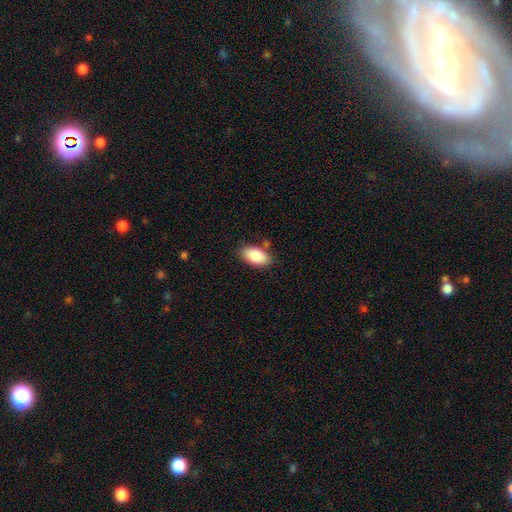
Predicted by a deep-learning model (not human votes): Smooth or featured: smooth — 87% (featured or disk — 7%)
How rounded: in between — 94% (round — 3%)
Merging: none — 79% (minor disturbance — 13%)